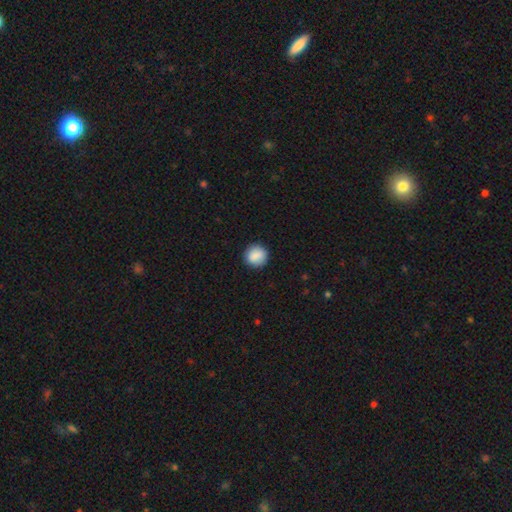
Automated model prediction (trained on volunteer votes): Morphology: type=smooth (88%); roundness=round (91%); merging=none (90%).